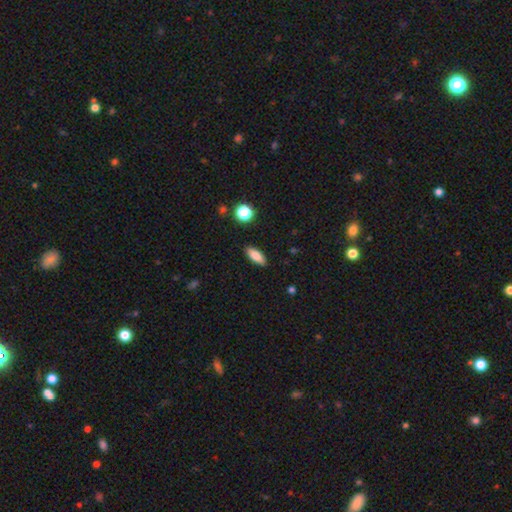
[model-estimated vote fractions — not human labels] A smooth galaxy with no disk features (84%) that is in between round and cigar-shaped (75%). Merging: none (88%).